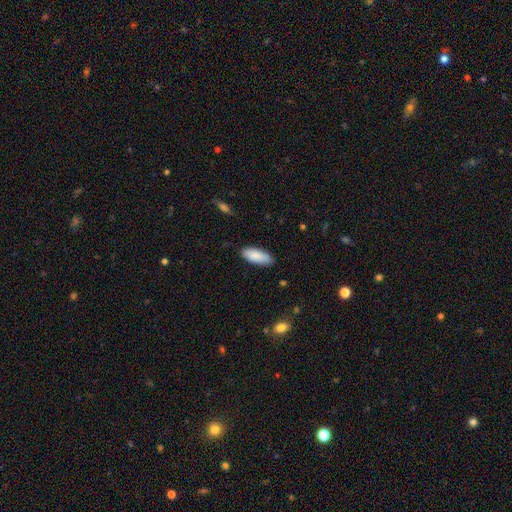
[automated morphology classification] A smooth galaxy with no disk features (87%) that is in between round and cigar-shaped (81%). Merging: none (84%).